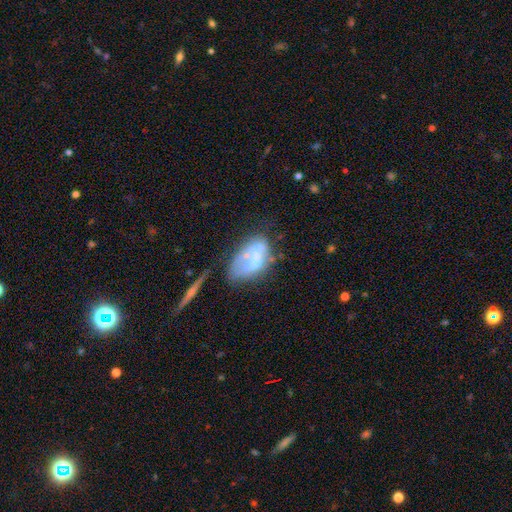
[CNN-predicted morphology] Smooth or featured: featured or disk — 54% (smooth — 37%)
Edge-on disk: no — 95% (yes — 5%)
Bar: no — 83% (weak — 13%)
Spiral arms: no — 80% (yes — 20%)
Bulge size: small — 40% (none — 31%)
Merging: none — 34% (minor disturbance — 24%)